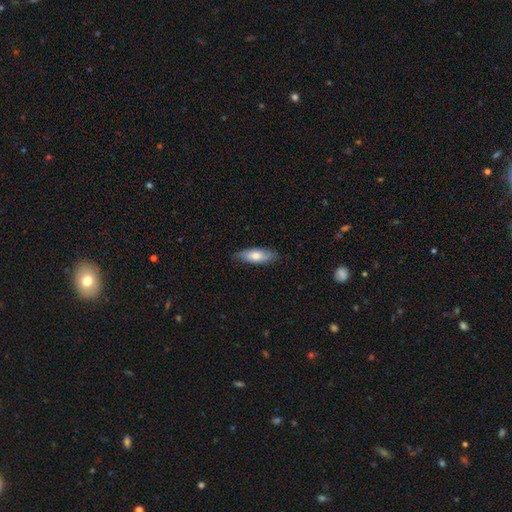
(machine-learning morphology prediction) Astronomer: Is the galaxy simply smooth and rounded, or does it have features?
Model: smooth — 73%.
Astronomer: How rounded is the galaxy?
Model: in between — 65%.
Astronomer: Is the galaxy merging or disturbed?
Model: none — 82%.